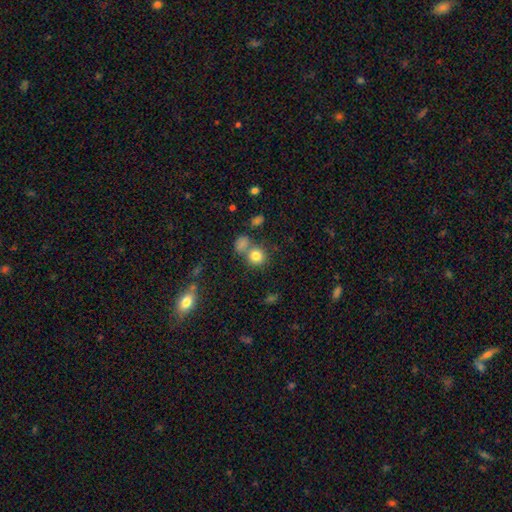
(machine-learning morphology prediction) The model was most divided on "merging": none: 61%, merger: 26%, minor disturbance: 10%, major disturbance: 4%. More confident: how rounded — round (85%); smooth or featured — smooth (81%).